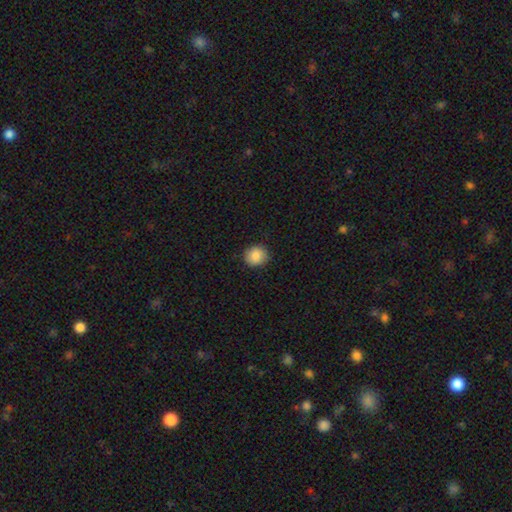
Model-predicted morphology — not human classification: smooth-or-featured: smooth: 88% | star or artifact: 8% | featured or disk: 3%
  how-rounded: round: 84% | in between: 15% | cigar-shaped: 1%
  merging: none: 87% | minor disturbance: 9% | major disturbance: 2% | merger: 1%